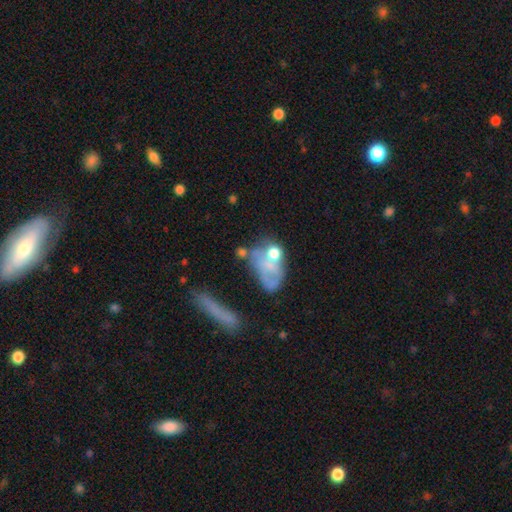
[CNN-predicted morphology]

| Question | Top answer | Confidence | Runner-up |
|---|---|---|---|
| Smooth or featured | smooth | 48% | featured or disk (38%) |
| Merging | major disturbance | 29% | merger (27%) |